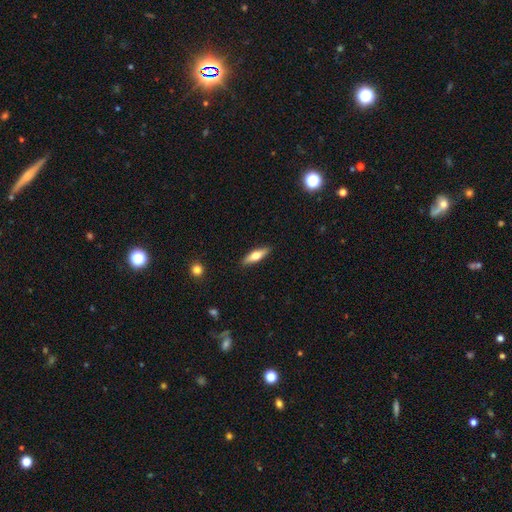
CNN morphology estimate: smooth-or-featured: smooth: 53% | featured or disk: 41% | star or artifact: 6%
  how-rounded: cigar-shaped: 59% | in between: 38% | round: 3%
  merging: none: 89% | minor disturbance: 8% | major disturbance: 2% | merger: 1%